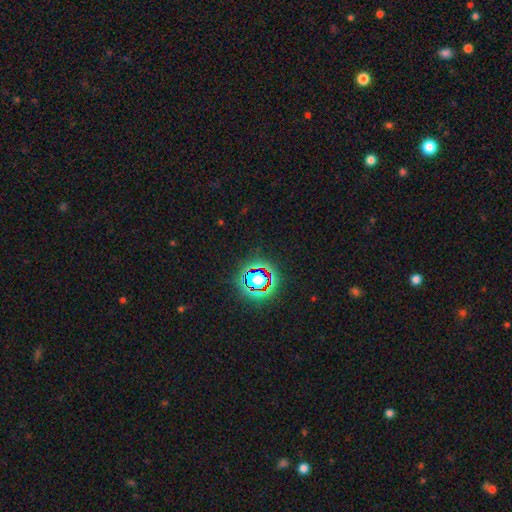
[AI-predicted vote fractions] A star or artifact, not a galaxy (80%).

Vote fractions:
- Smooth or featured? star or artifact: 80% / smooth: 12% / featured or disk: 8%